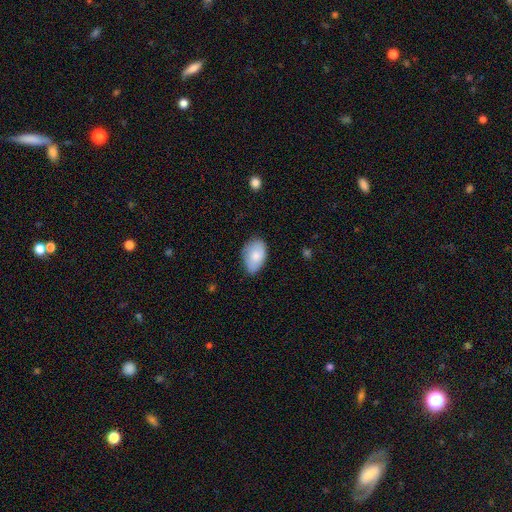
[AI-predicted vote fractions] The model was most divided on "merging": none: 70%, minor disturbance: 25%, major disturbance: 4%, merger: 1%. More confident: how rounded — in between (91%); smooth or featured — smooth (81%).